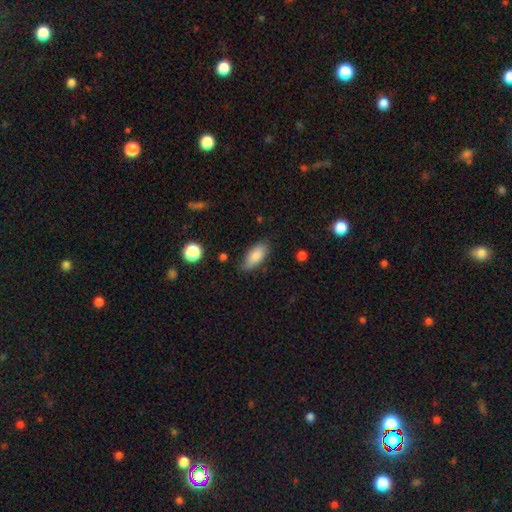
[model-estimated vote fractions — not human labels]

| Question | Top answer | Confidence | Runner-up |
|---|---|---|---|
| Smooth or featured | smooth | 85% | featured or disk (8%) |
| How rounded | in between | 86% | cigar-shaped (12%) |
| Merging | none | 78% | minor disturbance (17%) |